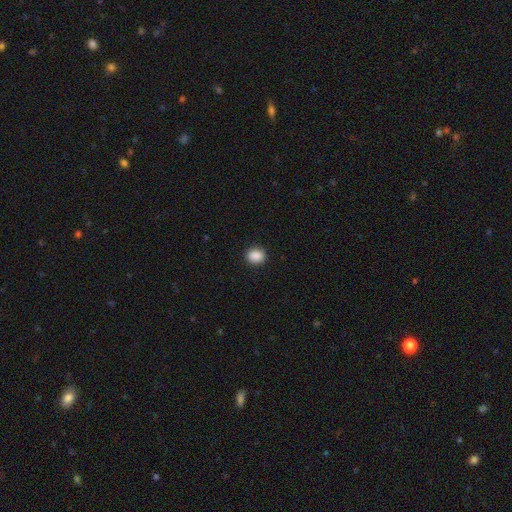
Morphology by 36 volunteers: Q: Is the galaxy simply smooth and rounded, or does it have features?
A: smooth — 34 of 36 (94%).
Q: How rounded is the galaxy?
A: round — 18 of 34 (53%).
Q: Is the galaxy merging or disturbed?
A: none — 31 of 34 (91%).